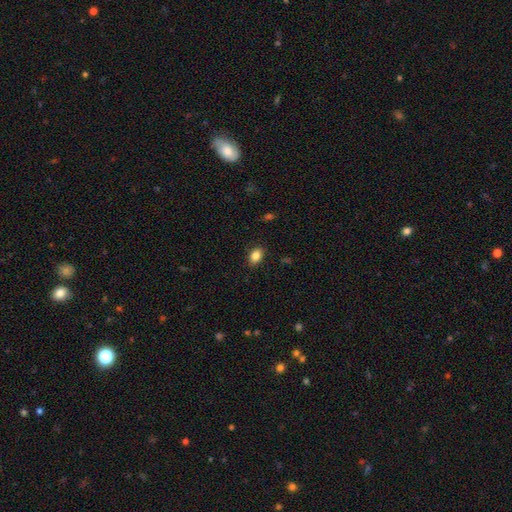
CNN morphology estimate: type=smooth (86%); roundness=in between (79%); merging=none (88%).